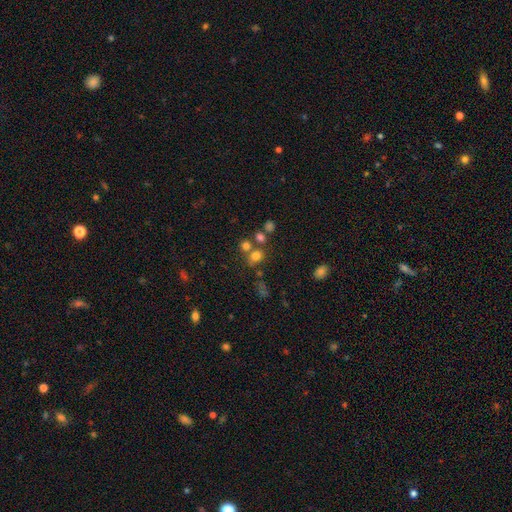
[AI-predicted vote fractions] Smooth or featured? smooth (71%)
How rounded? round (72%)
Merging? none (59%)